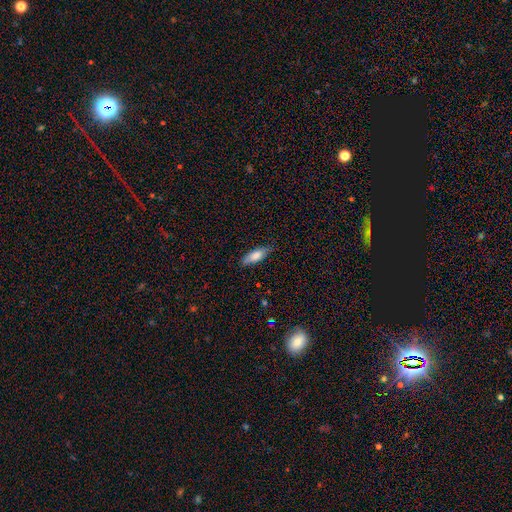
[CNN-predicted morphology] The model was most divided on "how rounded": in between: 58%, cigar-shaped: 40%, round: 2%. More confident: merging — none (78%); smooth or featured — smooth (75%).